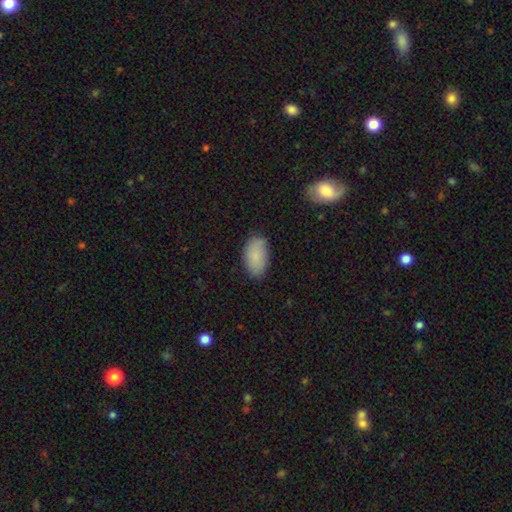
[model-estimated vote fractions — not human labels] A smooth galaxy with no disk features (84%) that is in between round and cigar-shaped (94%). Merging: none (79%).